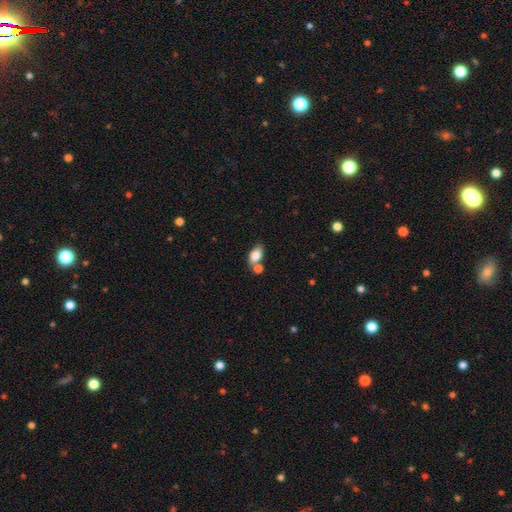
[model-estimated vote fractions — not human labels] Smooth or featured? smooth (81%)
How rounded? in between (88%)
Merging? none (54%)